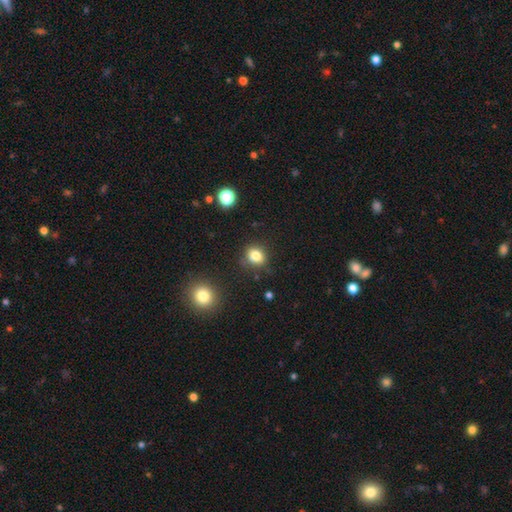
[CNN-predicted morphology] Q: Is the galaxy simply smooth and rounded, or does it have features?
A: smooth — 81%.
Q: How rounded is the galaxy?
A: round — 61%.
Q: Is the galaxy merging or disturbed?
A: none — 78%.